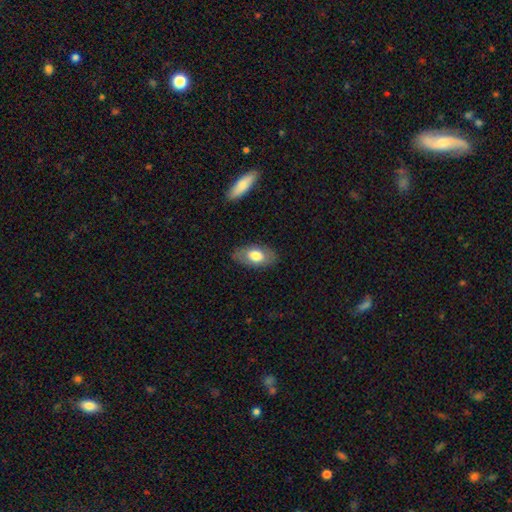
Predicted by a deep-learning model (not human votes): smooth 69%, featured or disk 24%, star or artifact 6%. Down the decision tree: how rounded — in between (92%); merging — none (81%).